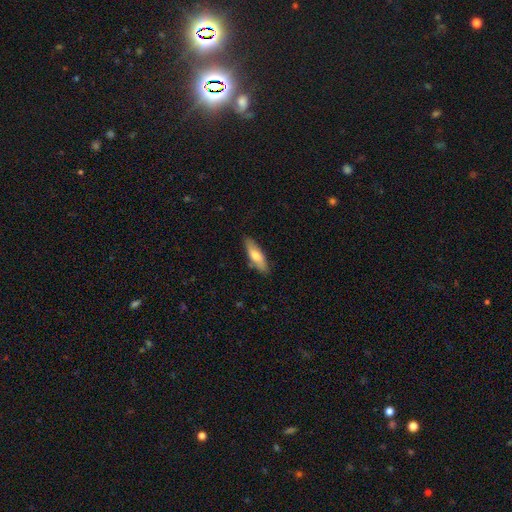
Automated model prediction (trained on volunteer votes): Overall: smooth (70%). How rounded: cigar-shaped (50%; in between 48%). Merging: none (82%).